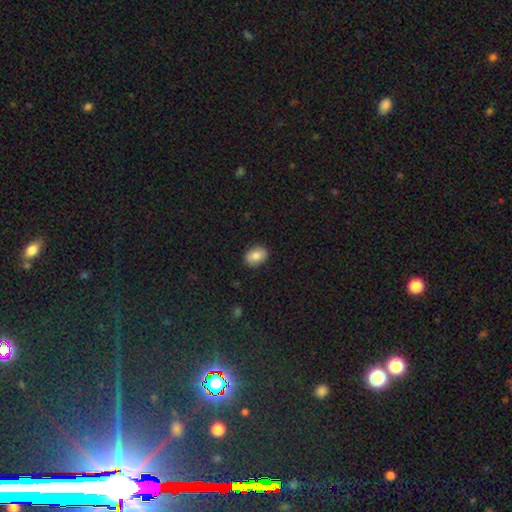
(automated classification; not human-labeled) This is clearly a smooth galaxy (83%). How rounded: clearly in between (80%). Merging: clearly none (89%).